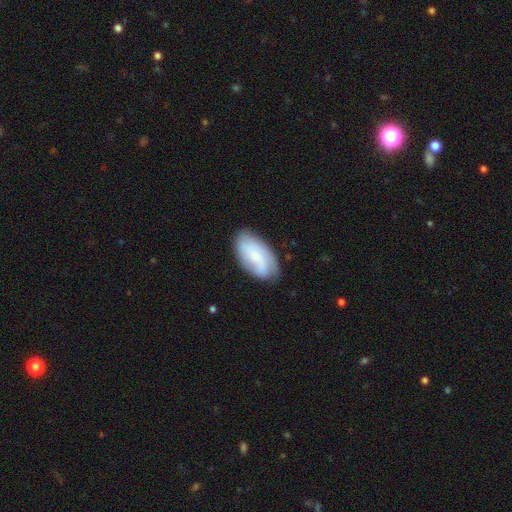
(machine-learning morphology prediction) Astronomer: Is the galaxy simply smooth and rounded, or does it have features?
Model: smooth — 57% (runner-up: featured or disk, 37%).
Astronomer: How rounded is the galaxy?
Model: in between — 94%.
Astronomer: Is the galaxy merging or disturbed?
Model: none — 75%.